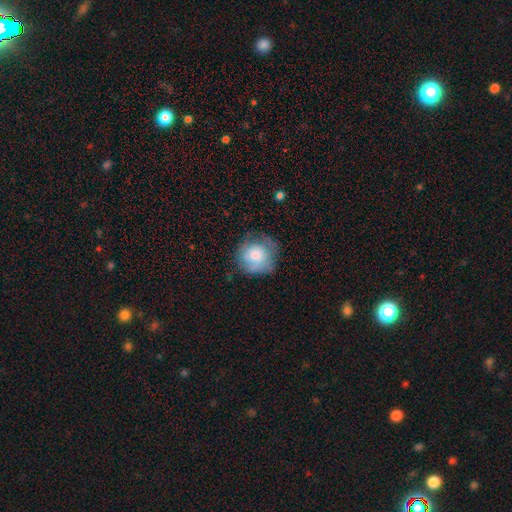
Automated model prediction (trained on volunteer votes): A smooth galaxy with no disk features (70%) that is round (89%). Merging: none (62%).